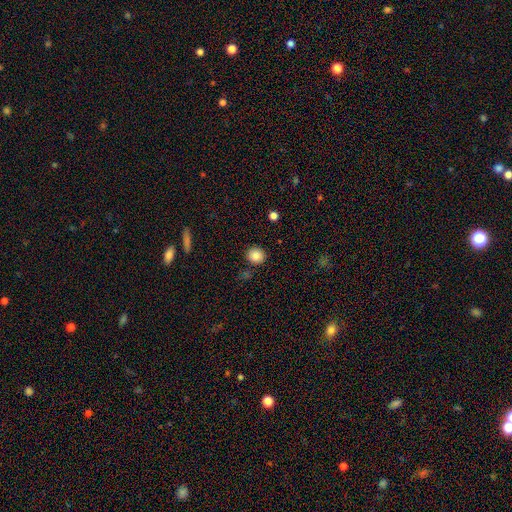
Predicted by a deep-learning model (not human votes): Smooth or featured? Predicted: smooth (p=0.85). How rounded? Predicted: round (p=0.89). Merging? Predicted: none (p=0.88).